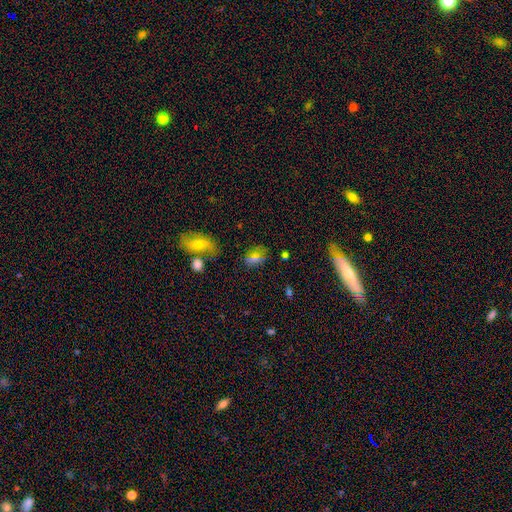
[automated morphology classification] Smooth or featured? Predicted: smooth (p=0.65). How rounded? Predicted: in between (p=0.80). Merging? Predicted: none (p=0.65).